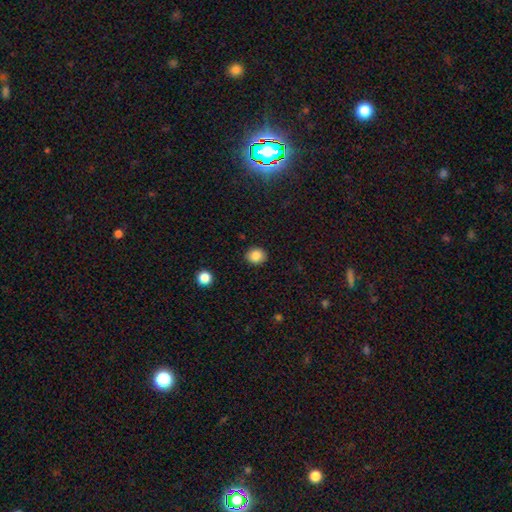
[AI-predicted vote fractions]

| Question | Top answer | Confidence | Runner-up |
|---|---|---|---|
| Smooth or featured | smooth | 85% | star or artifact (10%) |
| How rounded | round | 76% | in between (23%) |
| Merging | none | 90% | minor disturbance (7%) |